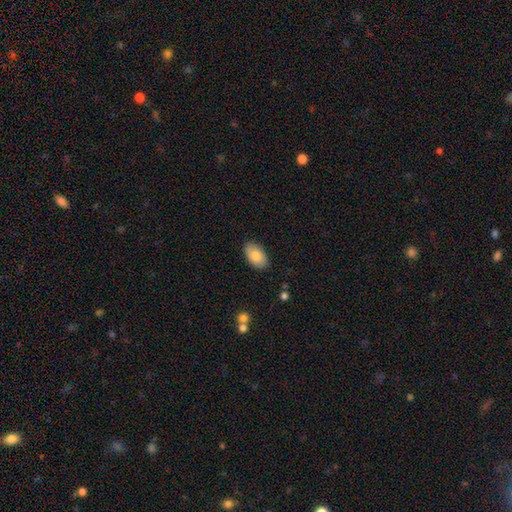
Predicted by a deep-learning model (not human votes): Smooth or featured: smooth — 84% (featured or disk — 10%)
How rounded: in between — 94% (round — 5%)
Merging: none — 85% (minor disturbance — 11%)